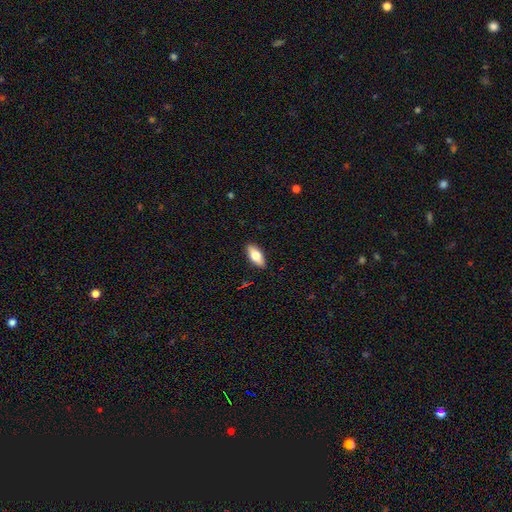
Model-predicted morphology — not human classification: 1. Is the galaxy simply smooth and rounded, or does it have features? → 67% smooth, 27% featured or disk, 6% star or artifact.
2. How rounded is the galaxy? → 79% in between, 18% cigar-shaped, 3% round.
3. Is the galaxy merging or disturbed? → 89% none, 8% minor disturbance, 2% major disturbance, 1% merger.